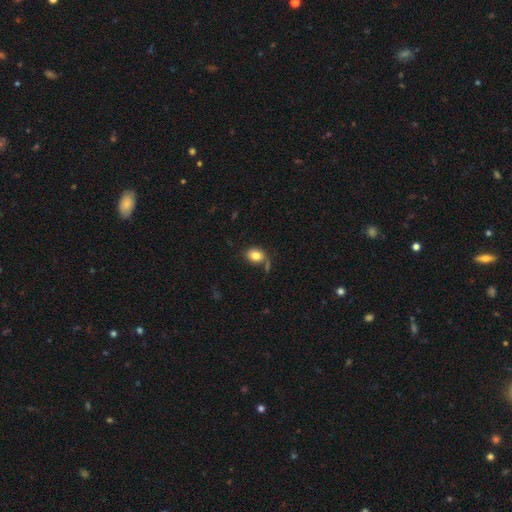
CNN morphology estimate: type=smooth (81%); roundness=in between (65%); merging=none (58%).